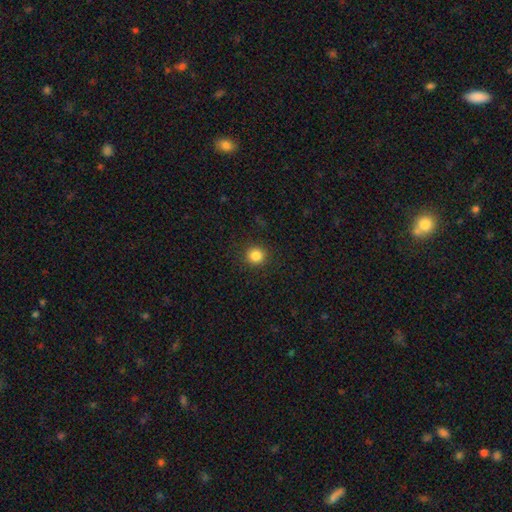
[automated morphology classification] Smooth or featured? Predicted: smooth (p=0.85). How rounded? Predicted: round (p=0.91). Merging? Predicted: none (p=0.91).